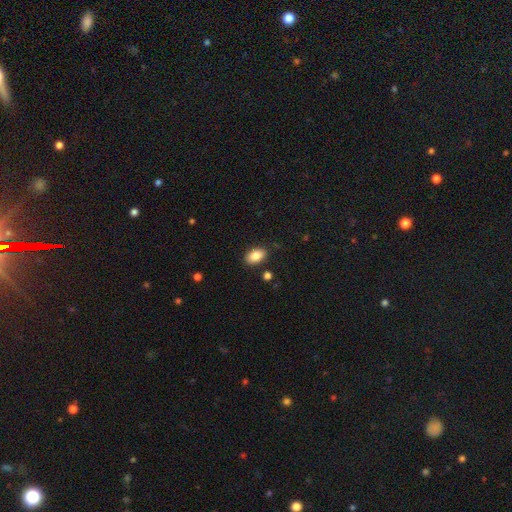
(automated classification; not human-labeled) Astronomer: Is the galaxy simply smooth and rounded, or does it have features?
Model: smooth — 86%.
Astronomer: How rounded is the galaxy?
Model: in between — 89%.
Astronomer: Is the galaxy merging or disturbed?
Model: none — 86%.